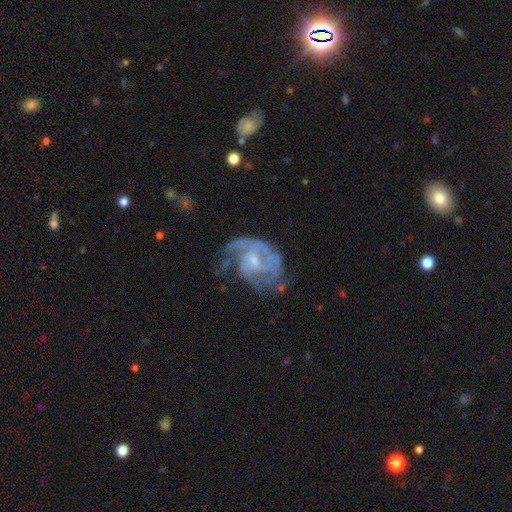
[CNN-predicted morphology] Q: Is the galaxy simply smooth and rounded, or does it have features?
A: featured or disk — 84%.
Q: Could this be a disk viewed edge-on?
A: no — 97%.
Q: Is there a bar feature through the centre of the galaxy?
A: no — 52%.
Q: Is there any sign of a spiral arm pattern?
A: yes — 95%.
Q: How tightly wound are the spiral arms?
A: tight — 48%.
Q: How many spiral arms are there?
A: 2 — 43%.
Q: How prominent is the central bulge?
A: small — 59%.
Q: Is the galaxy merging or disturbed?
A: none — 58%.